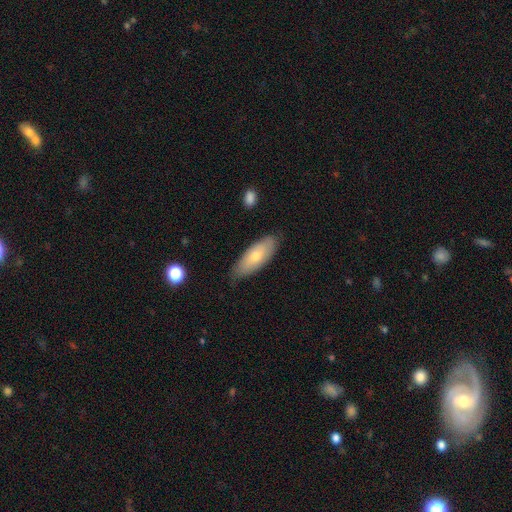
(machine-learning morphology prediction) smooth 67%, featured or disk 27%, star or artifact 6%. Down the decision tree: how rounded — in between (76%); merging — none (78%).